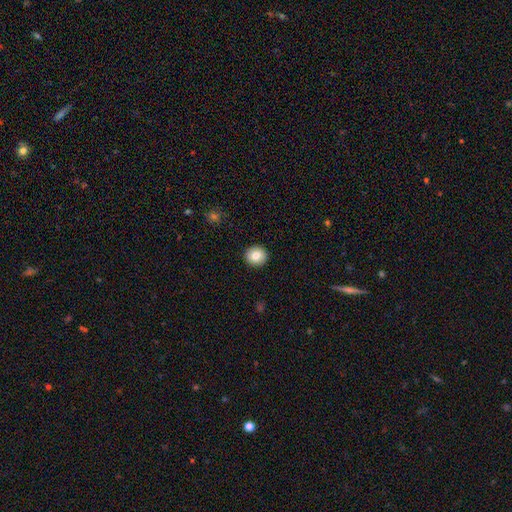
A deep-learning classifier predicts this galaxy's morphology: Overall: smooth (82%). How rounded: round (91%). Merging: none (93%).